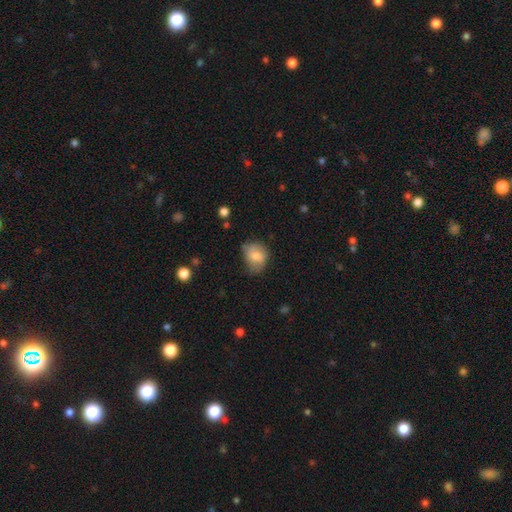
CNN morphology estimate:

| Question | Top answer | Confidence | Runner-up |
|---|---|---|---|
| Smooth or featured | smooth | 75% | featured or disk (17%) |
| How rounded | round | 56% | in between (43%) |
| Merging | none | 52% | minor disturbance (35%) |